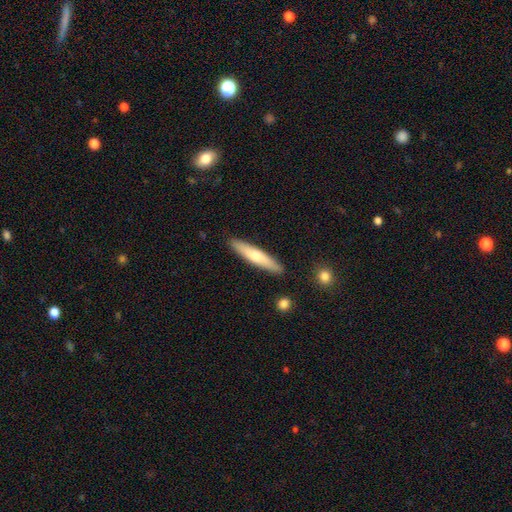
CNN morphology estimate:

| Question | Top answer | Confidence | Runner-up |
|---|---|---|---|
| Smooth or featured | smooth | 58% | featured or disk (36%) |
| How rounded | cigar-shaped | 89% | in between (9%) |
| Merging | none | 89% | minor disturbance (8%) |